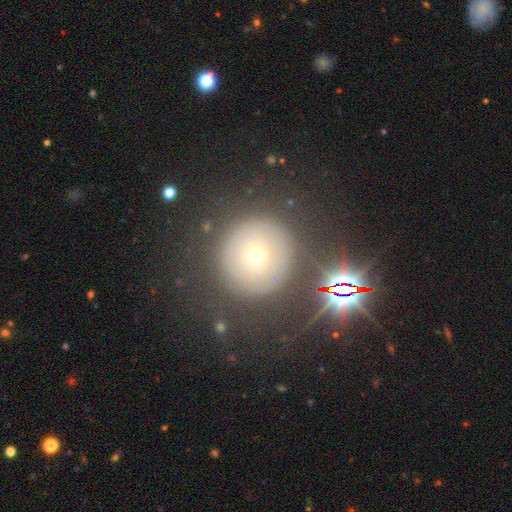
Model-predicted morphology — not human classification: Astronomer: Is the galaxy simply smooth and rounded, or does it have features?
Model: smooth — 53%.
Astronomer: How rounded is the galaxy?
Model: round — 95%.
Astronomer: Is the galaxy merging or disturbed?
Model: none — 80%.